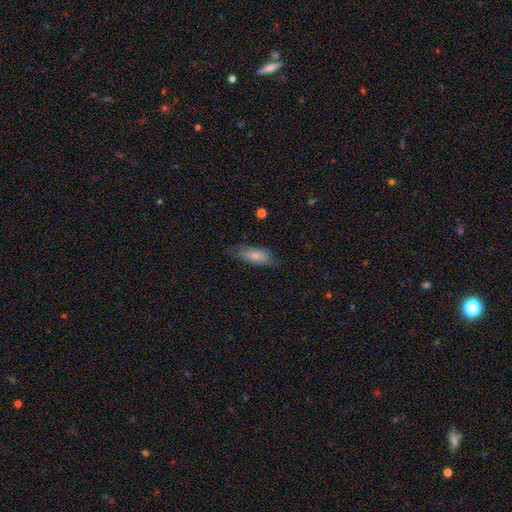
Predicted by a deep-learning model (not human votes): smooth 75%, featured or disk 18%, star or artifact 7%. Down the decision tree: how rounded — in between (71%); merging — none (73%).